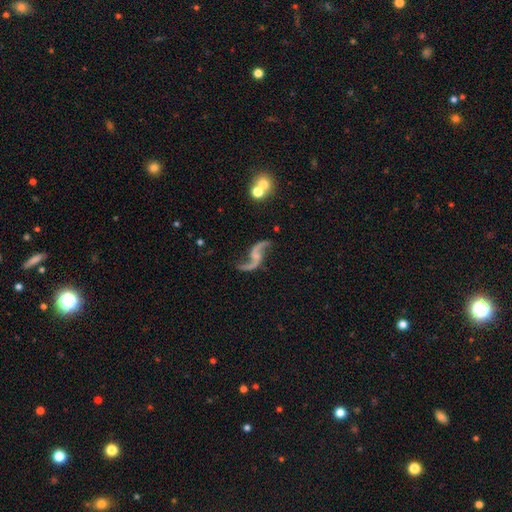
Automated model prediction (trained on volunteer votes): Q: Smooth or featured?
A: featured or disk (91%); runner-up: star or artifact (5%)
Q: Edge-on disk?
A: no (97%); runner-up: yes (3%)
Q: Bar?
A: no (58%); runner-up: weak (32%)
Q: Spiral arms?
A: yes (97%); runner-up: no (3%)
Q: Spiral winding?
A: loose (92%); runner-up: medium (6%)
Q: Spiral arm count?
A: 2 (94%); runner-up: 1 (2%)
Q: Bulge size?
A: small (42%); runner-up: none (40%)
Q: Merging?
A: none (73%); runner-up: minor disturbance (14%)